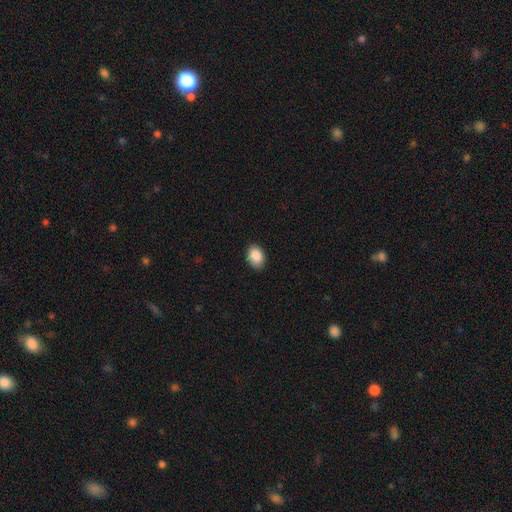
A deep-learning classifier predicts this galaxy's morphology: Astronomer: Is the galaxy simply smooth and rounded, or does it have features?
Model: smooth — 90%.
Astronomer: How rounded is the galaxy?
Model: in between — 78%.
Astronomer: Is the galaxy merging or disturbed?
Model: none — 87%.